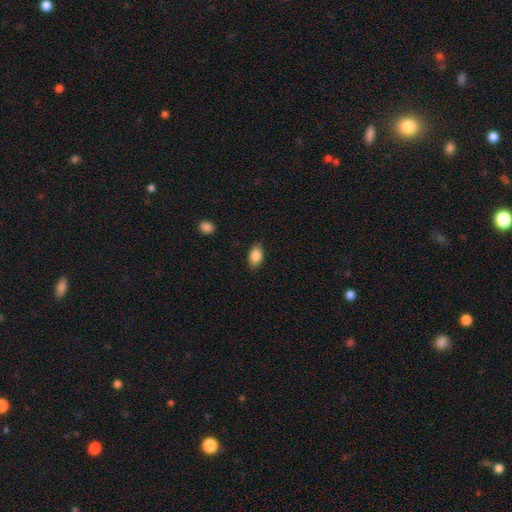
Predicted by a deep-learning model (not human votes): This appears to be a smooth galaxy with no disk features (87%) that is in between round and cigar-shaped (89%). Merging: none (85%).